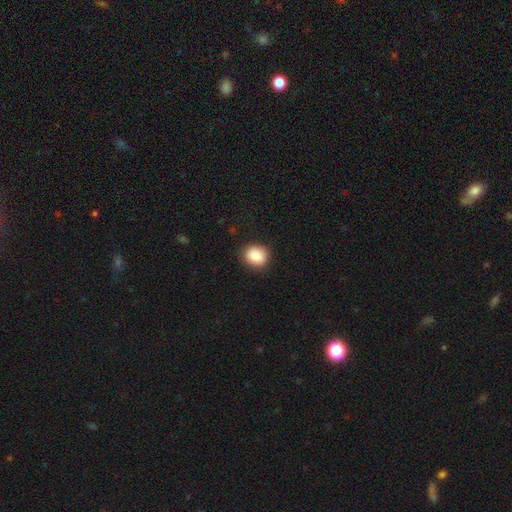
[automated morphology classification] smooth-or-featured: smooth: 87% | star or artifact: 8% | featured or disk: 5%
  how-rounded: round: 72% | in between: 27% | cigar-shaped: 1%
  merging: none: 85% | minor disturbance: 12% | major disturbance: 3% | merger: 1%